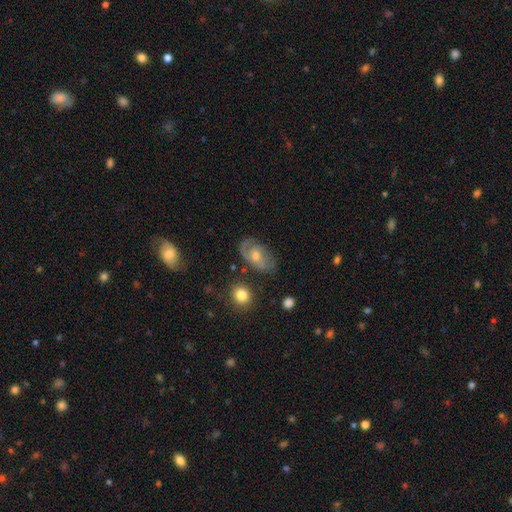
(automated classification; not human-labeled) A featured or disk galaxy (68%) with no bar (59%), 2 (58%) tight (44%) spiral arms (84%) and a moderate central bulge (59%). Merging: none (70%).